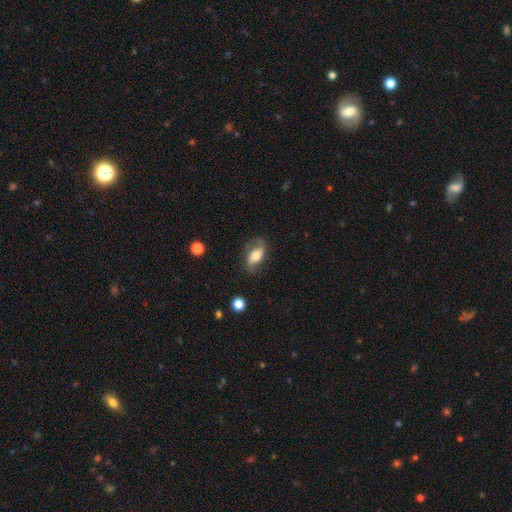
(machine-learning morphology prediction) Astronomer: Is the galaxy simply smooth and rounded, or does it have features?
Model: featured or disk — 52% (runner-up: smooth, 40%).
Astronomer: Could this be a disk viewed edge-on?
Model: no — 92%.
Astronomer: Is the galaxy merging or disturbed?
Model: none — 67%.